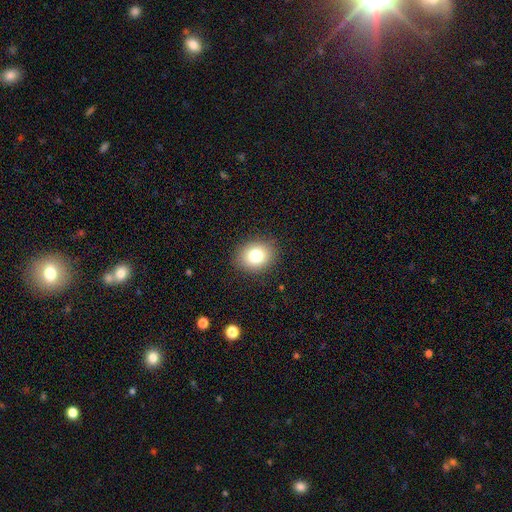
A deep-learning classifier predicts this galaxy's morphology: This appears to be a smooth galaxy with no disk features (80%) that is round (56%). Merging: none (88%).